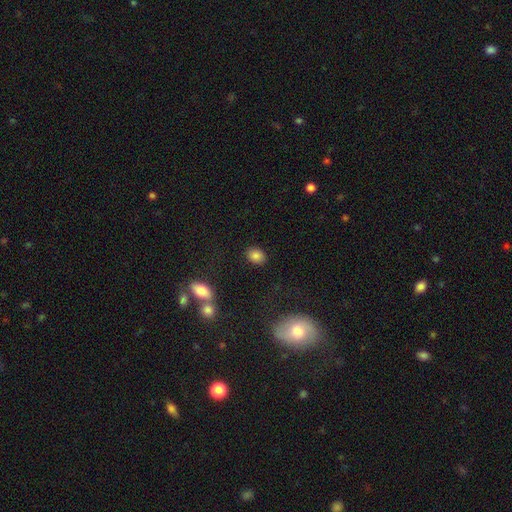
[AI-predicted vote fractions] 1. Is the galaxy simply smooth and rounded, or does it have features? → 84% smooth, 10% star or artifact, 6% featured or disk.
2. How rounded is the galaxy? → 64% in between, 34% round, 1% cigar-shaped.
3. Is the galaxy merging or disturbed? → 87% none, 8% minor disturbance, 3% major disturbance, 2% merger.